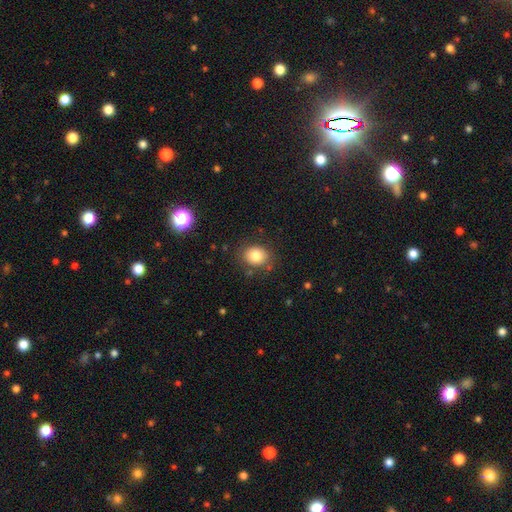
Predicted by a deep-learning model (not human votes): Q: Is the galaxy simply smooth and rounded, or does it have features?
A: smooth — 80%.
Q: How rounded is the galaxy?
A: round — 59%.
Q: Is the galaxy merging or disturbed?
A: none — 83%.